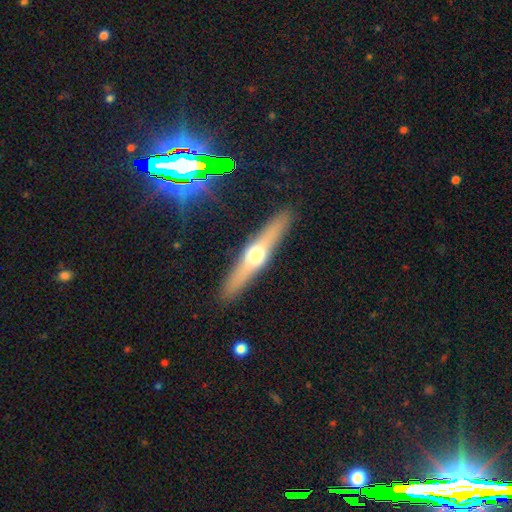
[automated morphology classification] A featured or disk galaxy (62%) viewed edge-on (94%) with a rounded central bulge (93%).

Vote fractions:
- Smooth or featured? featured or disk: 62% / smooth: 31% / star or artifact: 7%
- Edge-on disk? yes: 94% / no: 6%
- Edge-on bulge? rounded: 93% / none: 4% / boxy: 3%
- Merging? none: 91% / minor disturbance: 6% / major disturbance: 2% / merger: 1%